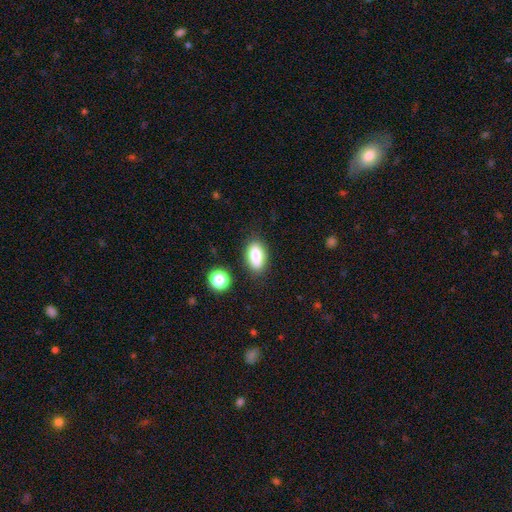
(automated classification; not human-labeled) Smooth or featured? Predicted: smooth (p=0.83). How rounded? Predicted: in between (p=0.87). Merging? Predicted: none (p=0.82).